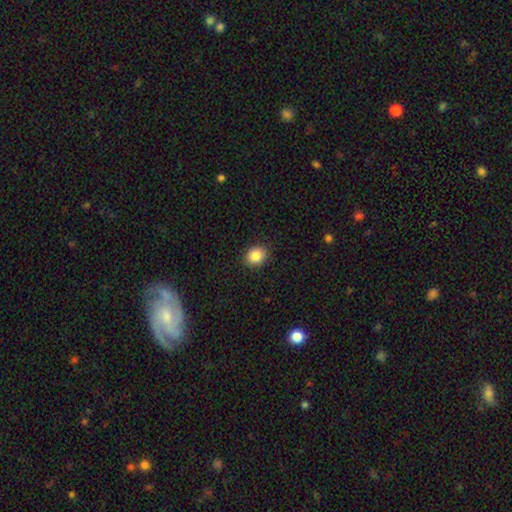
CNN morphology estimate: Smooth or featured: smooth — 85% (star or artifact — 9%)
How rounded: round — 59% (in between — 40%)
Merging: none — 90% (minor disturbance — 7%)